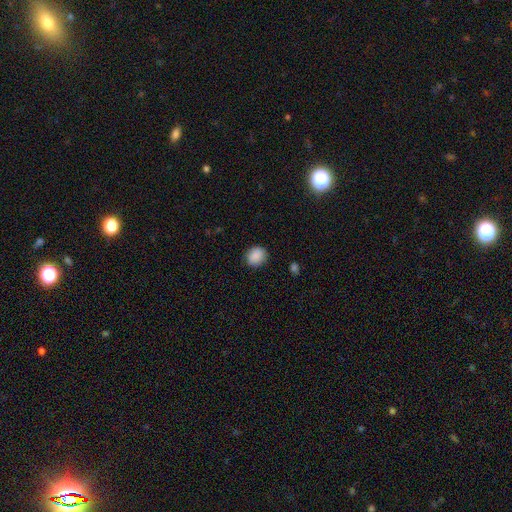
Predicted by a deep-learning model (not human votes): This is clearly a smooth galaxy (88%). How rounded: likely round (66%). Merging: clearly none (84%).